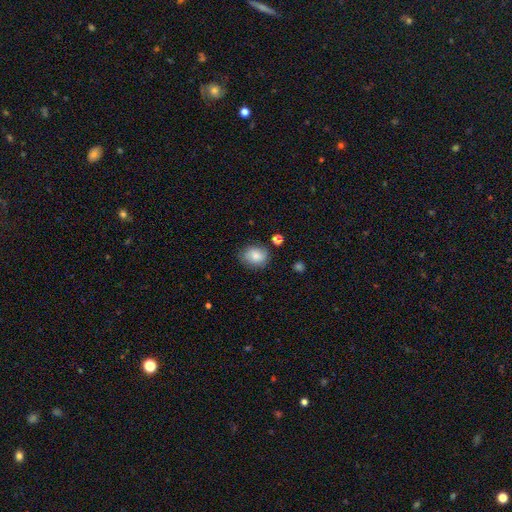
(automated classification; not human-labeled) Smooth or featured? smooth (77%)
How rounded? round (53%)
Merging? none (77%)